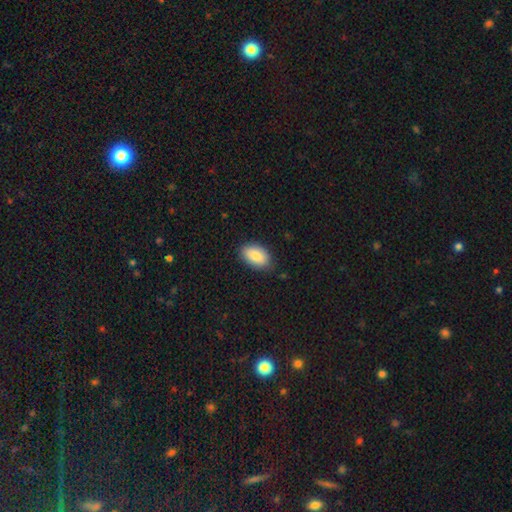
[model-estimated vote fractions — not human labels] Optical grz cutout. It shows a smooth galaxy with no disk features (85%) that is in between round and cigar-shaped (93%). Merging: none (84%).